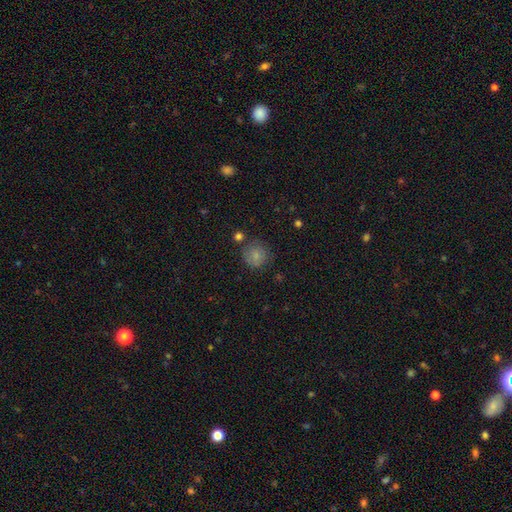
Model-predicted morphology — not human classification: Overall: smooth (78%). How rounded: round (89%). Merging: none (71%).